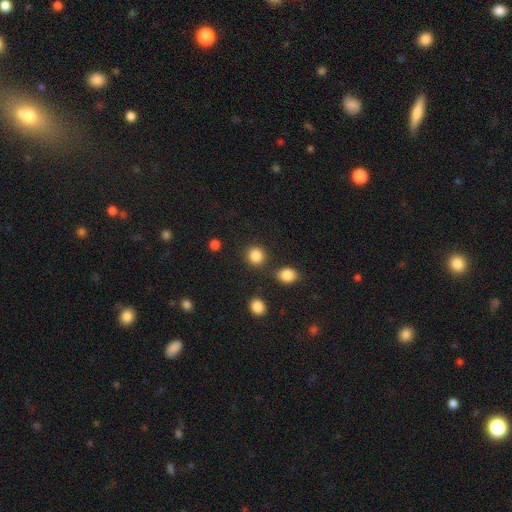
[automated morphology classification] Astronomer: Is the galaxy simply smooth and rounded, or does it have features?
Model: smooth — 85%.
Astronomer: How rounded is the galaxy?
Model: round — 88%.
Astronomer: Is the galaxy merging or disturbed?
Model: none — 81%.